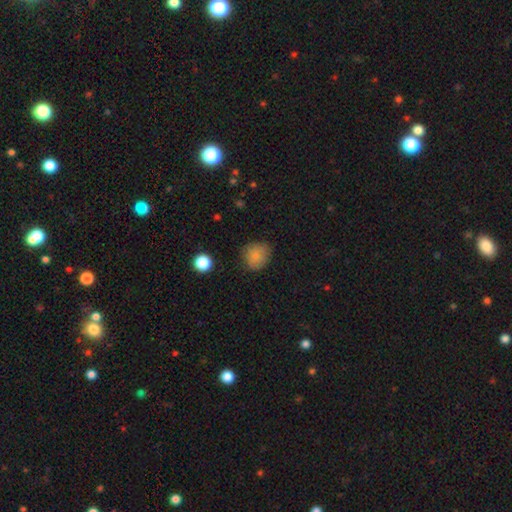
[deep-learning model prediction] A smooth galaxy with no disk features (82%) that is round (82%). Merging: none (75%).